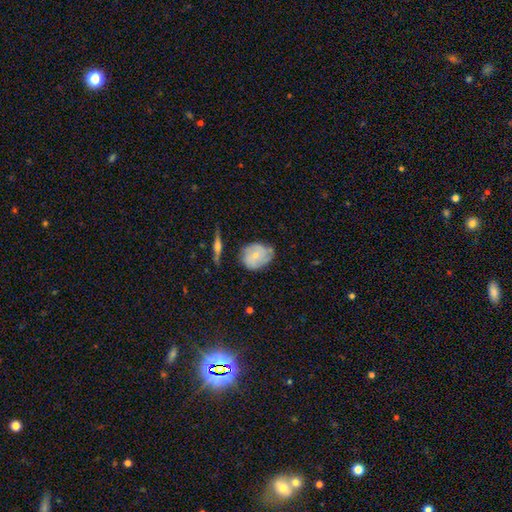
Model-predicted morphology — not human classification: Q: Smooth or featured?
A: smooth (50%); runner-up: featured or disk (43%)
Q: How rounded?
A: round (58%); runner-up: in between (41%)
Q: Merging?
A: none (57%); runner-up: minor disturbance (30%)